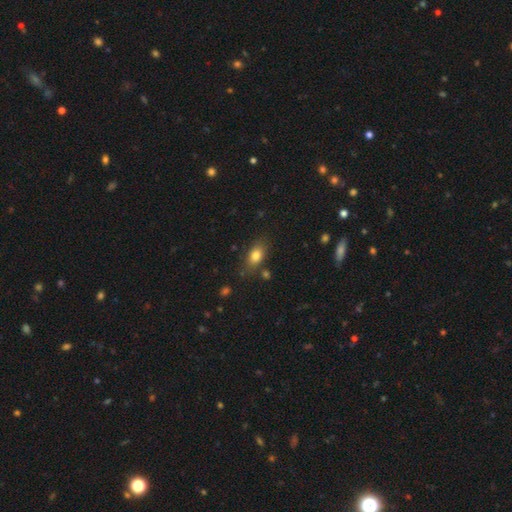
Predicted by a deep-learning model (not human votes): smooth-or-featured: smooth: 81% | featured or disk: 10% | star or artifact: 9%
  how-rounded: in between: 81% | round: 15% | cigar-shaped: 4%
  merging: none: 77% | minor disturbance: 15% | merger: 4% | major disturbance: 4%